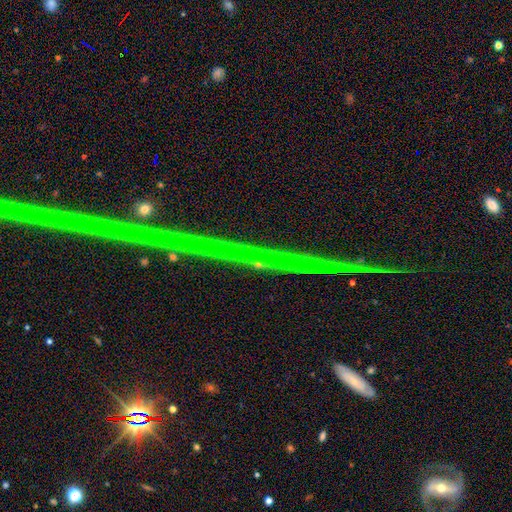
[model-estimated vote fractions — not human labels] The model was most divided on "smooth or featured": star or artifact: 82%, featured or disk: 12%, smooth: 5%.